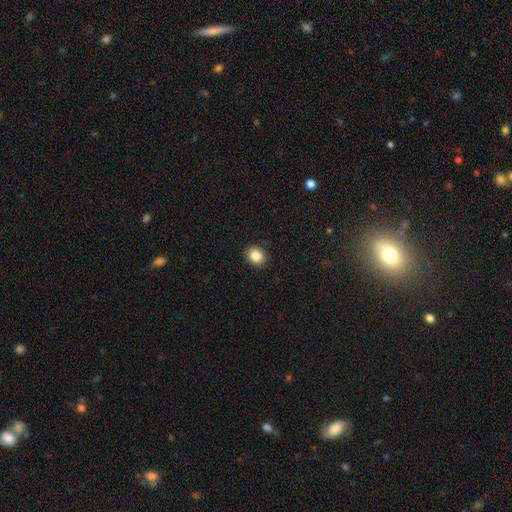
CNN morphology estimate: A smooth galaxy with no disk features (85%) that is round (60%).

Vote fractions:
- Smooth or featured? smooth: 85% / star or artifact: 10% / featured or disk: 5%
- How rounded? round: 60% / in between: 39% / cigar-shaped: 1%
- Merging? none: 91% / minor disturbance: 6% / major disturbance: 2% / merger: 1%